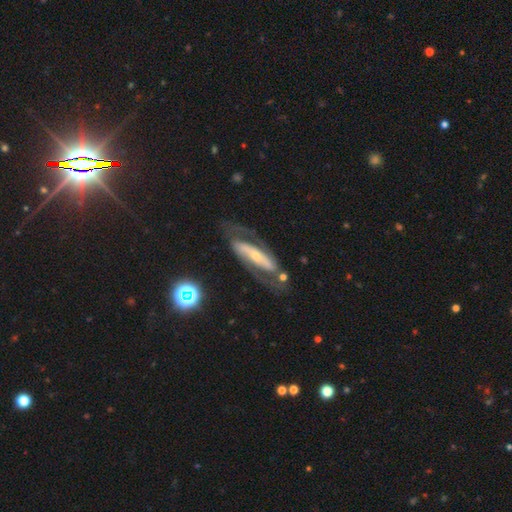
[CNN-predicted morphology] This is clearly a featured or disk galaxy (80%). It is clearly not viewed edge-on (83%). Bar: possibly strong (52%). Spiral arm pattern: clearly yes (82%). Spiral arm count: clearly 2 (83%). Spiral winding: possibly medium (45%). Central bulge: likely small (64%). Merging: likely none (68%).